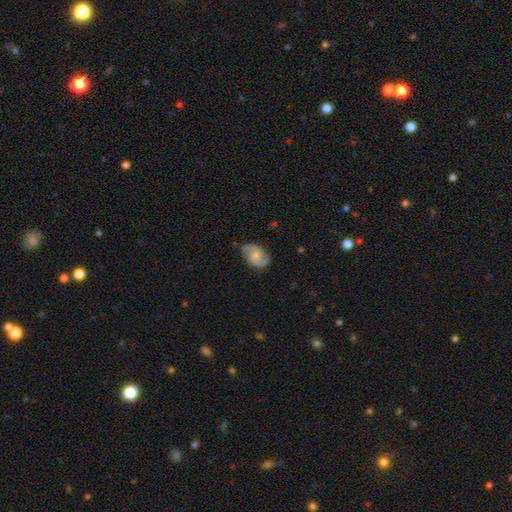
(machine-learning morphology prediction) Smooth or featured? Predicted: featured or disk (p=0.81). Edge-on disk? Predicted: no (p=0.97). Bar? Predicted: no (p=0.47). Spiral arms? Predicted: yes (p=0.96). Spiral winding? Predicted: medium (p=0.55). Spiral arm count? Predicted: 2 (p=0.92). Bulge size? Predicted: moderate (p=0.32). Merging? Predicted: none (p=0.80).